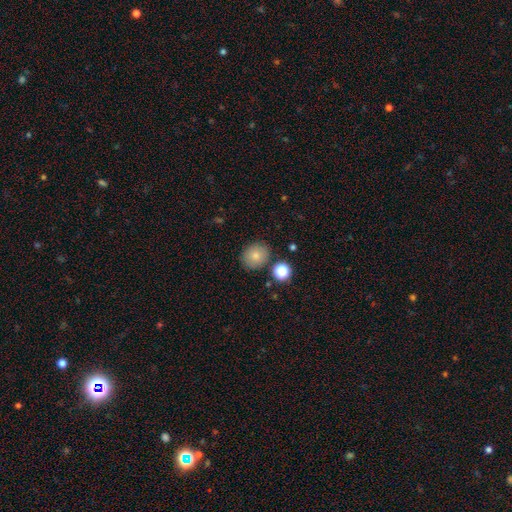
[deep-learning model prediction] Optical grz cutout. It shows a smooth galaxy with no disk features (80%) that is round (69%). Merging: none (82%).